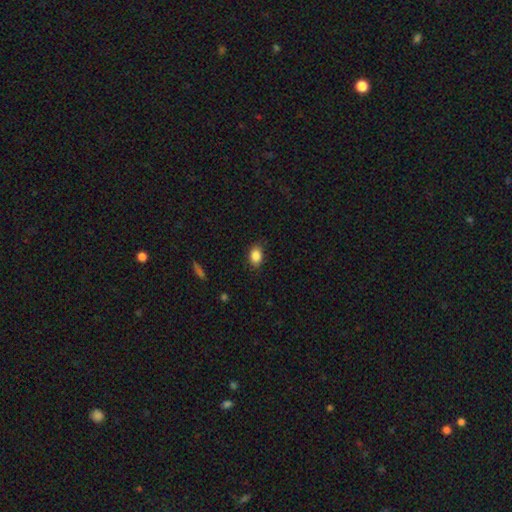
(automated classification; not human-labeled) Morphology: type=smooth (86%); roundness=in between (79%); merging=none (82%).